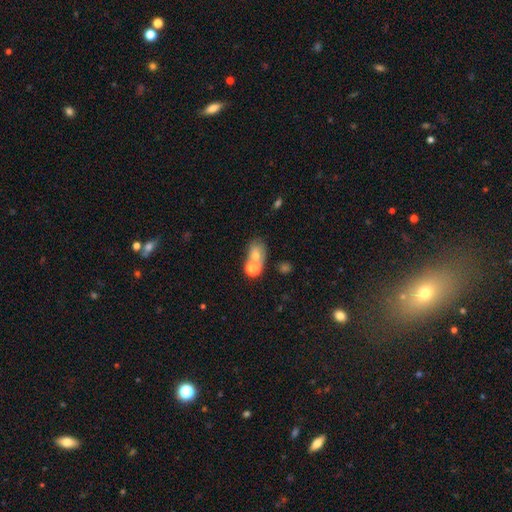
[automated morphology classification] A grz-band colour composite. It shows a smooth galaxy with no disk features (65%) that is in between round and cigar-shaped (60%). Merging: merger (43%).